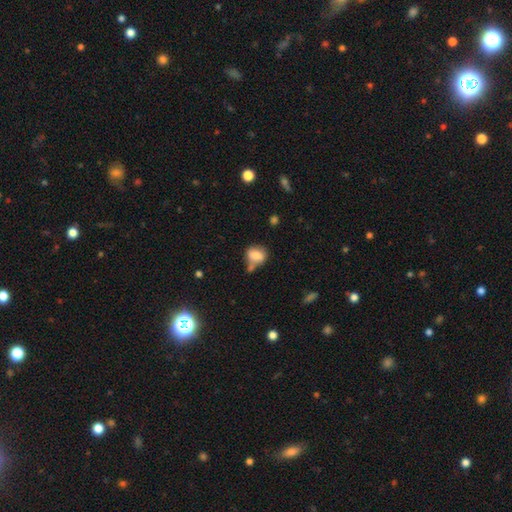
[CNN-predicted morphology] type=smooth (75%); roundness=round (53%); merging=none (44%).